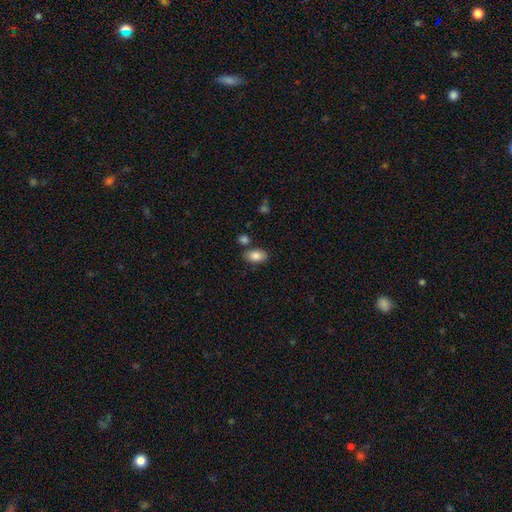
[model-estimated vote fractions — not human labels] Smooth or featured?
  - smooth: 85% *
  - star or artifact: 8%
  - featured or disk: 7%
How rounded?
  - in between: 91% *
  - round: 7%
  - cigar-shaped: 2%
Merging?
  - none: 77% *
  - minor disturbance: 12%
  - merger: 9%
  - major disturbance: 3%